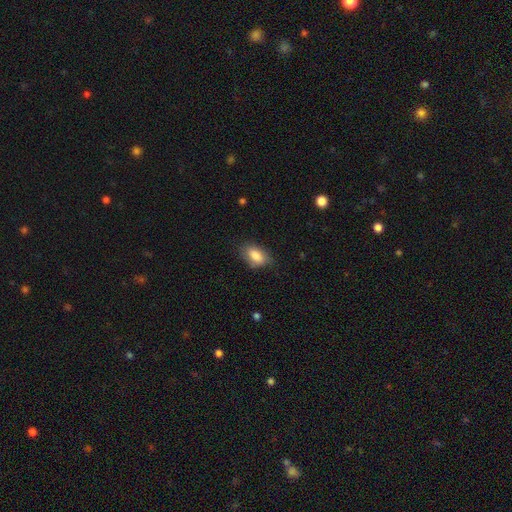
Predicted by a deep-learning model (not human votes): A smooth galaxy with no disk features (83%) that is in between round and cigar-shaped (90%). Merging: none (73%).